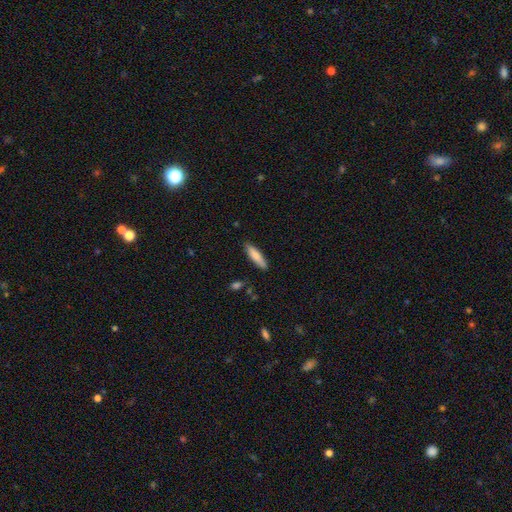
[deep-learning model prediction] Smooth or featured?
  - smooth: 81% *
  - featured or disk: 13%
  - star or artifact: 6%
How rounded?
  - cigar-shaped: 73% *
  - in between: 26%
  - round: 1%
Merging?
  - none: 85% *
  - minor disturbance: 11%
  - major disturbance: 2%
  - merger: 2%